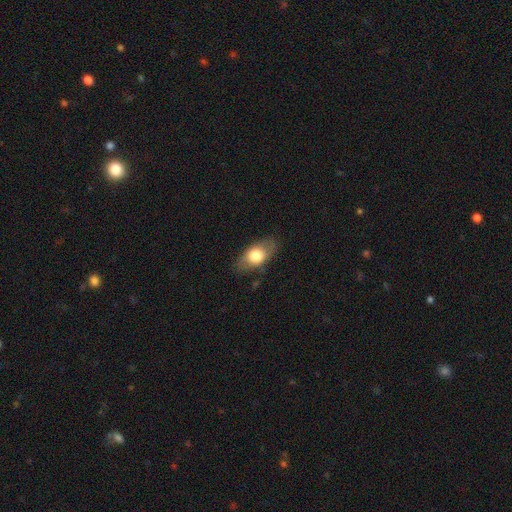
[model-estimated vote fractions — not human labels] smooth 69%, featured or disk 24%, star or artifact 7%. Down the decision tree: how rounded — in between (87%); merging — none (79%).